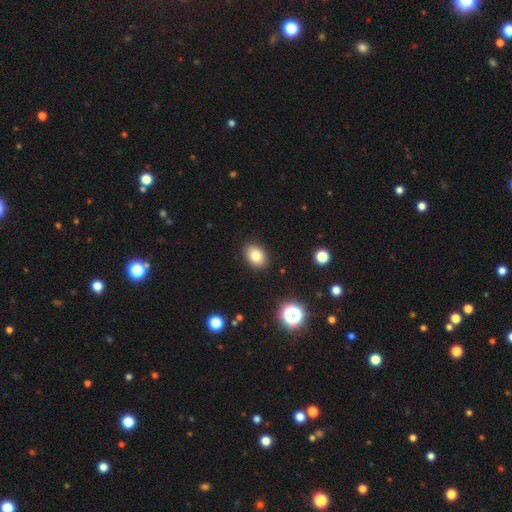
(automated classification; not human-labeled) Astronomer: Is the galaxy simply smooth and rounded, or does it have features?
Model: smooth — 83%.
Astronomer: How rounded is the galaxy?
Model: in between — 69%.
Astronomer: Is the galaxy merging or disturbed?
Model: none — 89%.